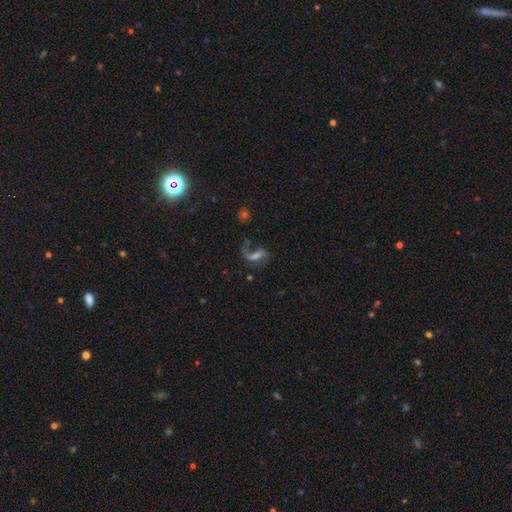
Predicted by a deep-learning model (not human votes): Smooth or featured?
  - featured or disk: 68% *
  - smooth: 19%
  - star or artifact: 14%
Edge-on disk?
  - no: 93% *
  - yes: 7%
Bar?
  - weak: 39% *
  - no: 34%
  - strong: 27%
Spiral arms?
  - yes: 85% *
  - no: 15%
Spiral winding?
  - loose: 78% *
  - medium: 17%
  - tight: 5%
Spiral arm count?
  - 1: 51% *
  - 2: 43%
  - can't tell: 3%
  - 3: 1%
  - 4: 1%
  - more than 4: 1%
Bulge size?
  - small: 37% *
  - moderate: 29%
  - none: 25%
  - large: 7%
  - dominant: 2%
Merging?
  - none: 41% *
  - major disturbance: 37%
  - minor disturbance: 15%
  - merger: 7%